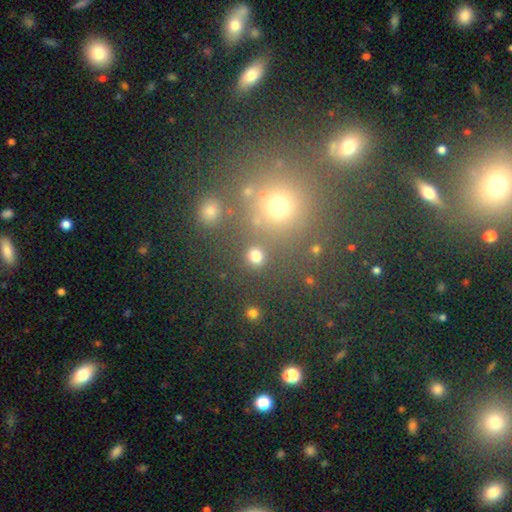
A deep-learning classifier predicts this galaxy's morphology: This is likely a smooth galaxy (78%). How rounded: clearly round (89%). Merging: clearly none (84%).